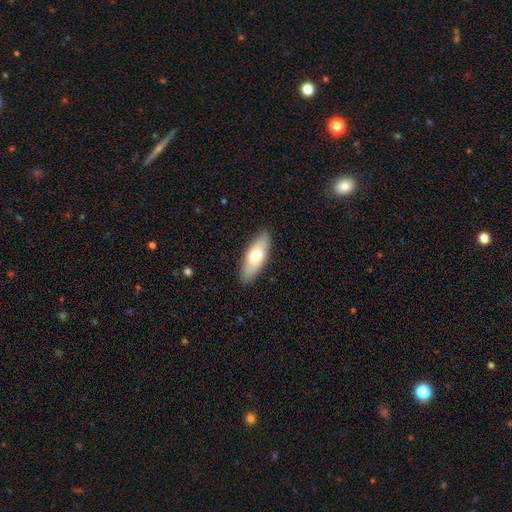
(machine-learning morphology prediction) This appears to be a smooth galaxy with no disk features (69%) that is in between round and cigar-shaped (69%). Merging: none (88%).